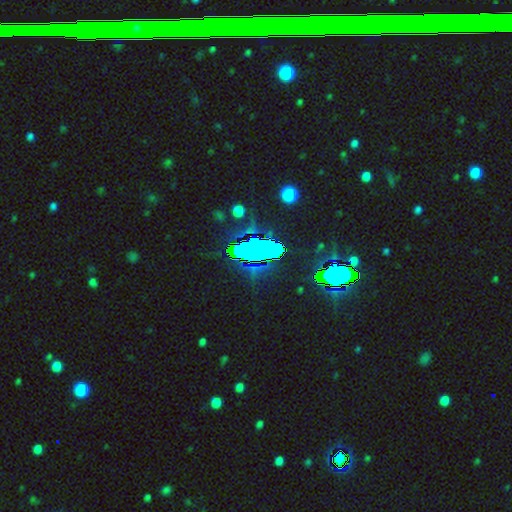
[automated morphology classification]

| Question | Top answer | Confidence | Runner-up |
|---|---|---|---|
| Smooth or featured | star or artifact | 65% | smooth (23%) |